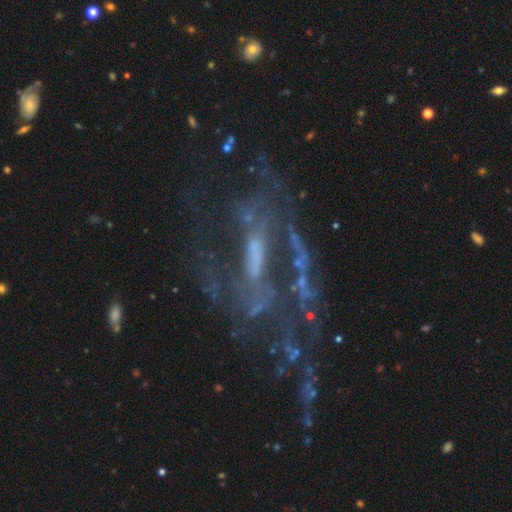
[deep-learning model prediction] smooth_or_featured: featured or disk (p=0.79) [alt: star or artifact p=0.13]
disk_edge_on: no (p=0.91) [alt: yes p=0.09]
bar: strong (p=0.37) [alt: weak p=0.36]
has_spiral_arms: yes (p=0.68) [alt: no p=0.32]
bulge_size: small (p=0.34) [alt: none p=0.33]
merging: none (p=0.45) [alt: major disturbance p=0.34]